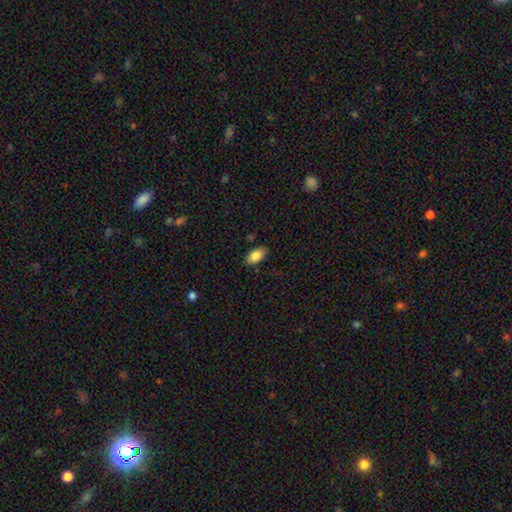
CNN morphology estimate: Smooth or featured? smooth (85%)
How rounded? in between (92%)
Merging? none (86%)